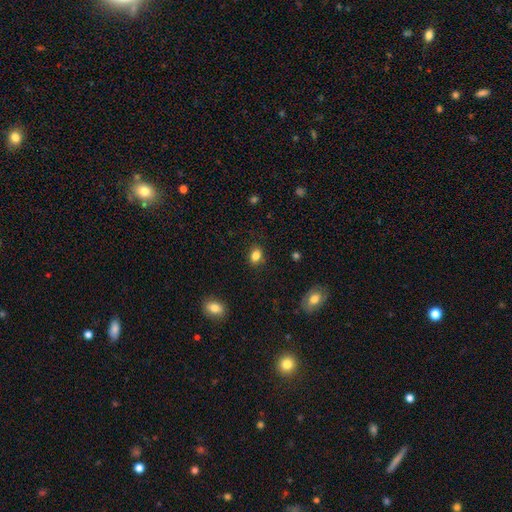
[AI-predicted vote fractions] smooth 83%, star or artifact 11%, featured or disk 6%. Down the decision tree: how rounded — in between (71%); merging — none (82%).